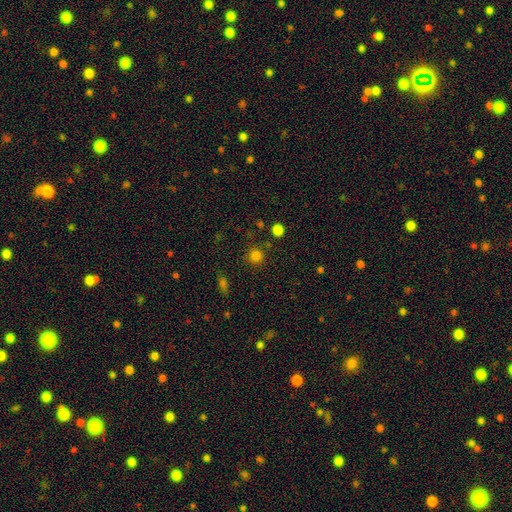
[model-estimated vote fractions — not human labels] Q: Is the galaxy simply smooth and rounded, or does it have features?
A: smooth — 80%.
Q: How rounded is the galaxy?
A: round — 93%.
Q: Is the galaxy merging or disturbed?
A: none — 85%.